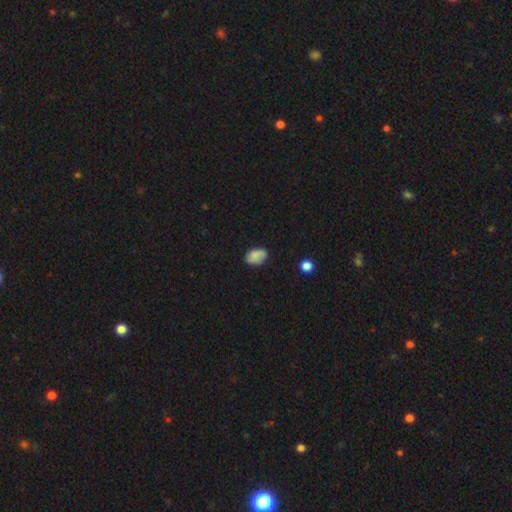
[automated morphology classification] smooth_or_featured: smooth (p=0.75) [alt: featured or disk p=0.16]
how_rounded: in between (p=0.82) [alt: round p=0.17]
merging: none (p=0.67) [alt: minor disturbance p=0.25]